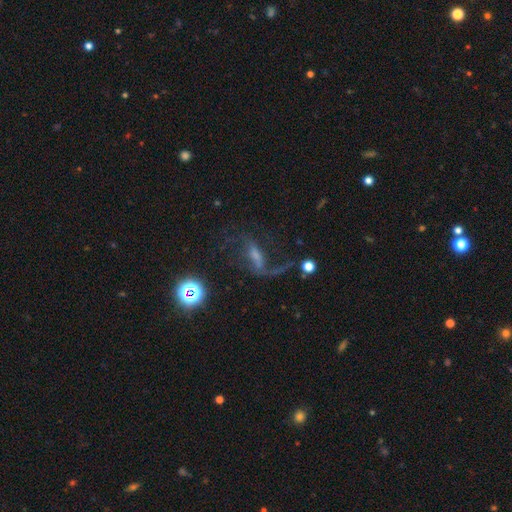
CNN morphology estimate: type=featured or disk (68%); edge-on=no (87%); bar=strong (40%); spiral arms=yes (86%); winding=loose (77%); arm count=2 (67%); bulge=small (39%); merging=none (48%).